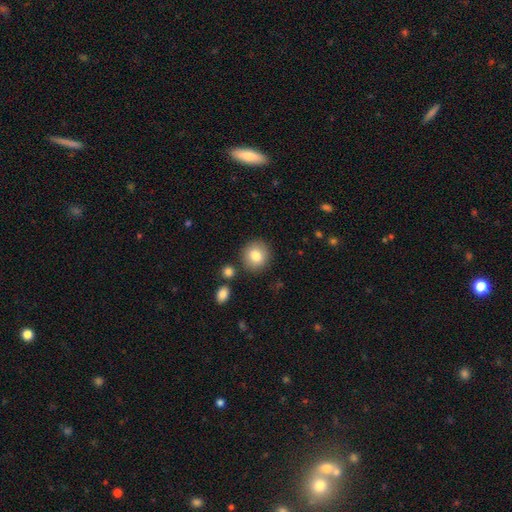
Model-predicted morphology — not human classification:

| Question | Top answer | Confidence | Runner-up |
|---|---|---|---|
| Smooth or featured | smooth | 81% | featured or disk (11%) |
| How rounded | round | 85% | in between (14%) |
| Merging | none | 85% | minor disturbance (8%) |